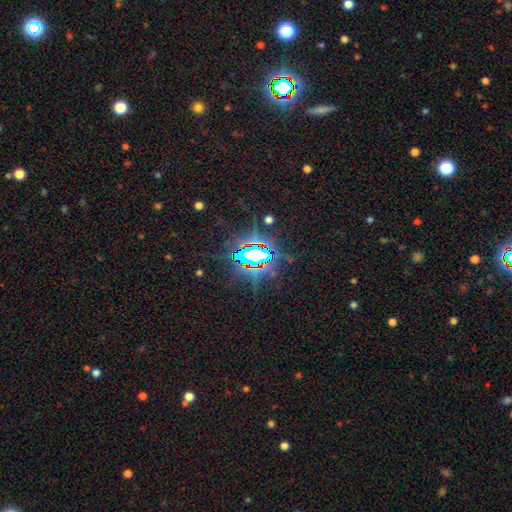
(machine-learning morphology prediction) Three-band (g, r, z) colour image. It shows a star or artifact, not a galaxy (78%).